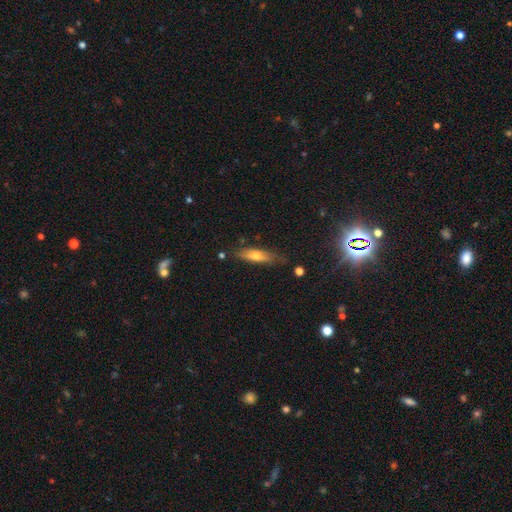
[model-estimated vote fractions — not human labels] Overall: smooth (55%; featured or disk 36%). How rounded: cigar-shaped (69%). Merging: none (76%).